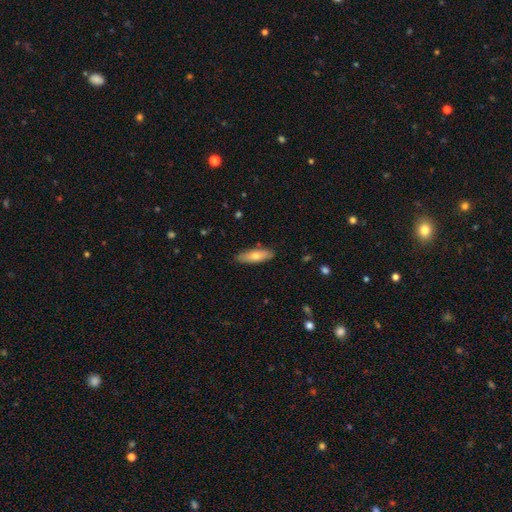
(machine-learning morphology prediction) smooth_or_featured: smooth (p=0.69) [alt: featured or disk p=0.25]
how_rounded: in between (p=0.52) [alt: cigar-shaped p=0.46]
merging: none (p=0.86) [alt: minor disturbance p=0.11]